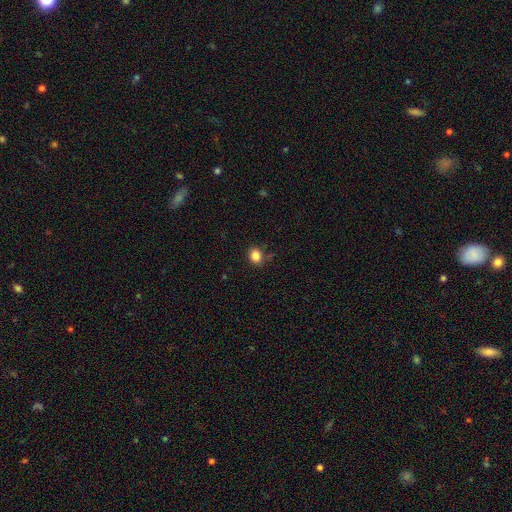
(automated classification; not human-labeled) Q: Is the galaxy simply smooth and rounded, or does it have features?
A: smooth — 84%.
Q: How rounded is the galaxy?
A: round — 62%.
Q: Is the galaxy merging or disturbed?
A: none — 80%.